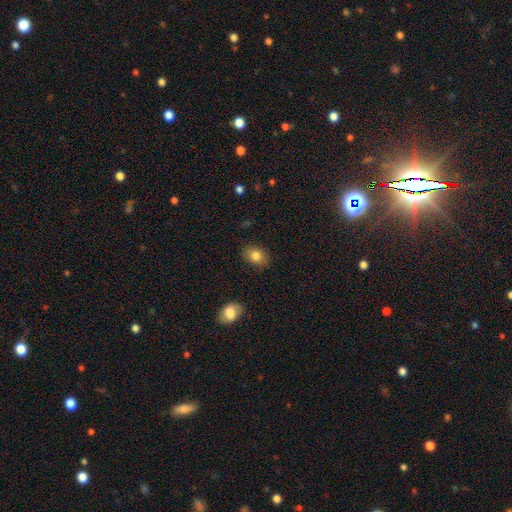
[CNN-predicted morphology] Smooth or featured? smooth (82%)
How rounded? in between (64%)
Merging? none (85%)